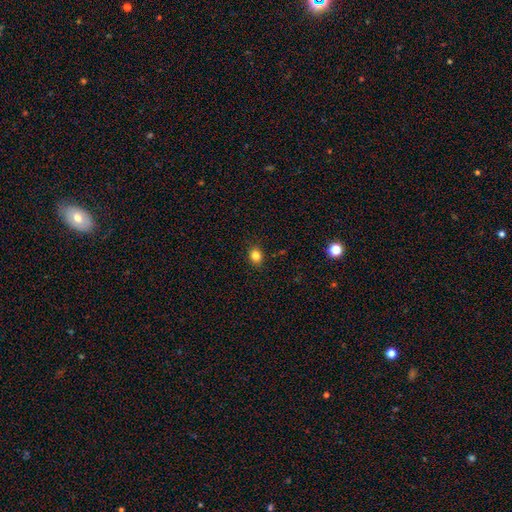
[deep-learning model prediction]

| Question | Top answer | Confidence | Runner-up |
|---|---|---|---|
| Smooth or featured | smooth | 82% | star or artifact (12%) |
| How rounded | round | 61% | in between (38%) |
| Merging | none | 89% | minor disturbance (8%) |